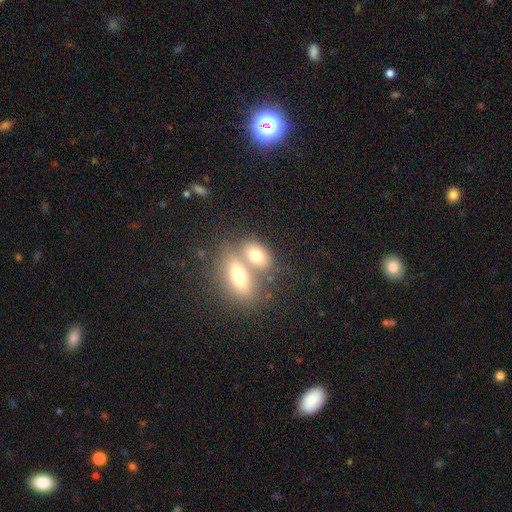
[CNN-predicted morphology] Smooth or featured?
  - smooth: 72% *
  - featured or disk: 20%
  - star or artifact: 8%
How rounded?
  - in between: 80% *
  - round: 17%
  - cigar-shaped: 3%
Merging?
  - merger: 51% *
  - none: 36%
  - minor disturbance: 9%
  - major disturbance: 4%